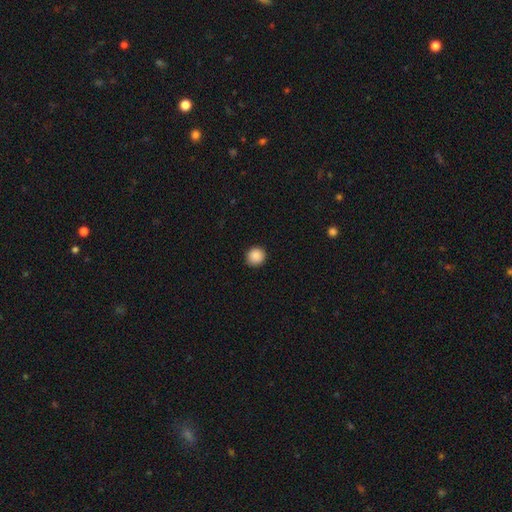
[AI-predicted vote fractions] smooth_or_featured: smooth (p=0.89) [alt: star or artifact p=0.09]
how_rounded: round (p=0.93) [alt: in between p=0.07]
merging: none (p=0.92) [alt: minor disturbance p=0.06]